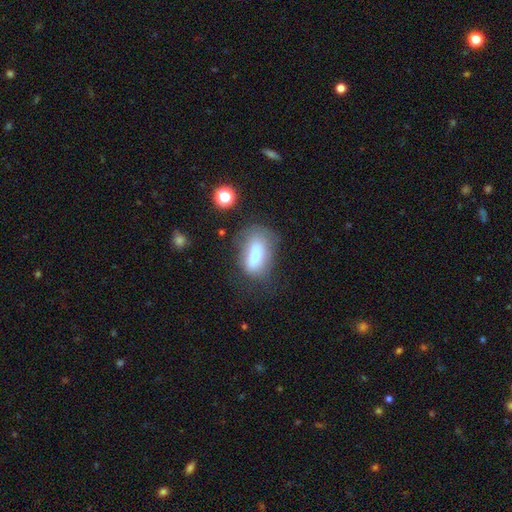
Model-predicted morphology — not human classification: Overall: smooth (68%). How rounded: in between (83%). Merging: none (53%; minor disturbance 25%).